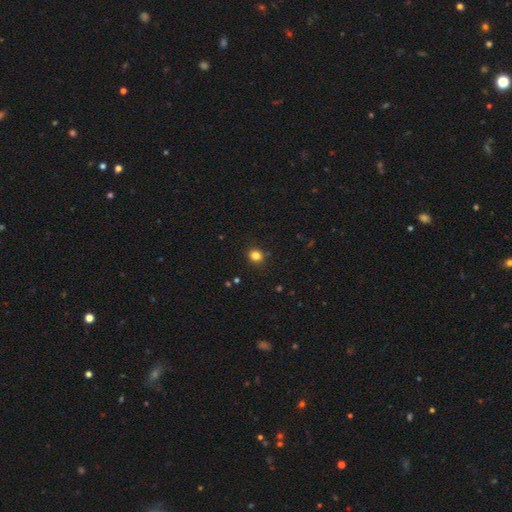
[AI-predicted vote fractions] Smooth or featured? smooth (82%)
How rounded? round (80%)
Merging? none (89%)